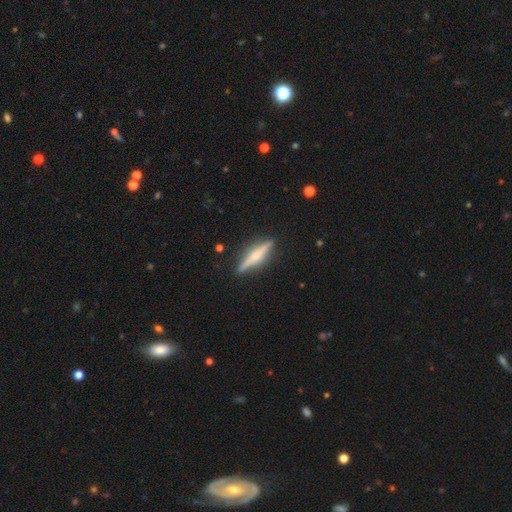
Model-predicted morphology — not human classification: Smooth or featured?
  - featured or disk: 64% *
  - smooth: 30%
  - star or artifact: 6%
Edge-on disk?
  - yes: 97% *
  - no: 3%
Edge-on bulge?
  - rounded: 69% *
  - none: 18%
  - boxy: 13%
Merging?
  - none: 89% *
  - minor disturbance: 8%
  - major disturbance: 2%
  - merger: 1%